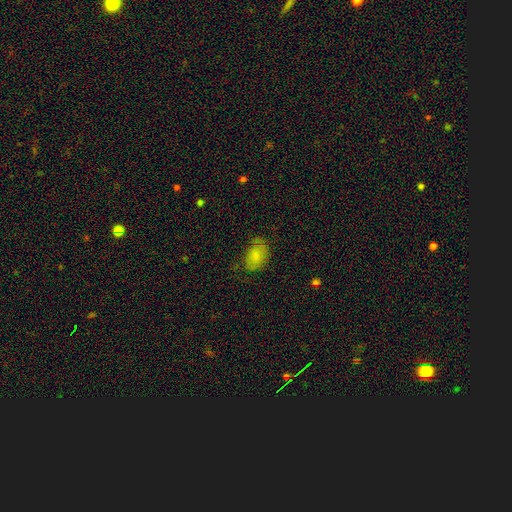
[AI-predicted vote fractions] smooth 78%, featured or disk 13%, star or artifact 9%. Down the decision tree: how rounded — in between (87%); merging — none (62%).